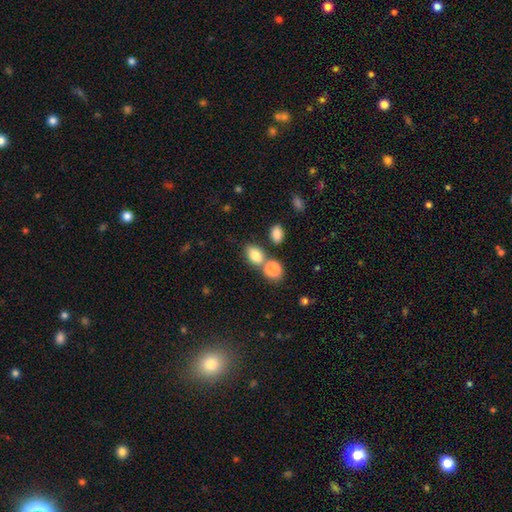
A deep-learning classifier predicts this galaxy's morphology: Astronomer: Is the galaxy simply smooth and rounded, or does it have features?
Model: smooth — 82%.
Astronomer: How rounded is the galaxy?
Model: in between — 73%.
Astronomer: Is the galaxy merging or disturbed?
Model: none — 44% (runner-up: merger, 43%).